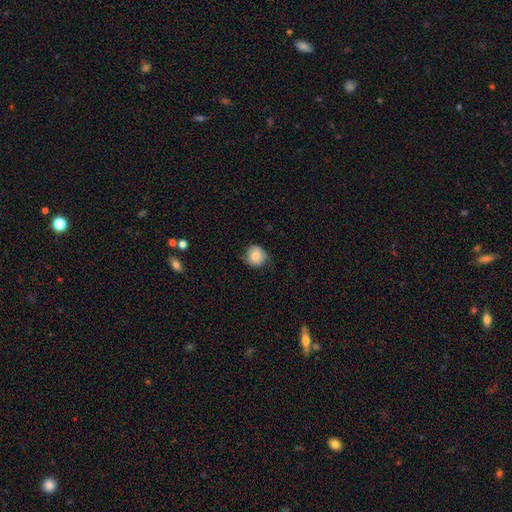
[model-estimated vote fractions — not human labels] A smooth galaxy with no disk features (84%) that is round (83%). Merging: none (72%).